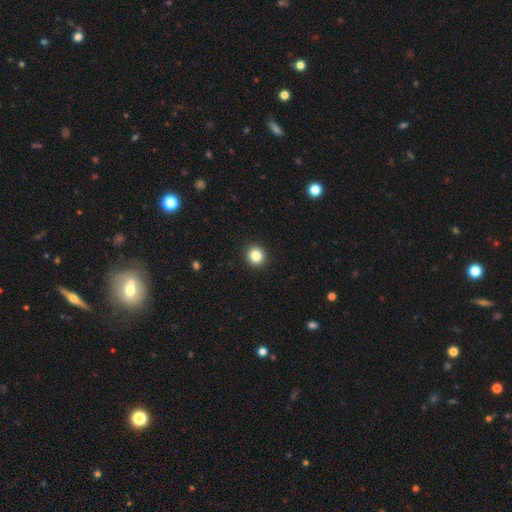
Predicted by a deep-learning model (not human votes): Q: Smooth or featured?
A: smooth (85%); runner-up: star or artifact (11%)
Q: How rounded?
A: round (90%); runner-up: in between (9%)
Q: Merging?
A: none (93%); runner-up: minor disturbance (5%)